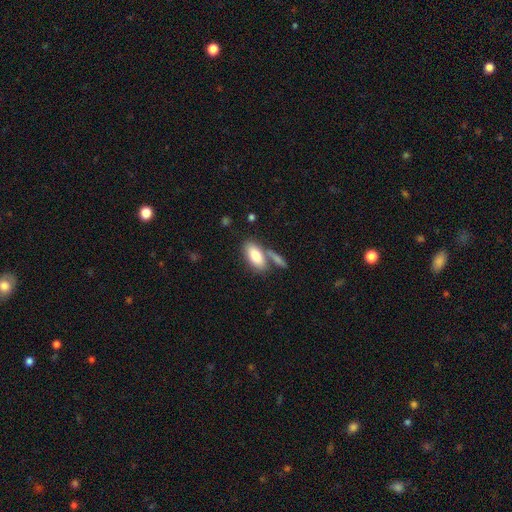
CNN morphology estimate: smooth_or_featured: smooth (p=0.81) [alt: featured or disk p=0.13]
how_rounded: in between (p=0.89) [alt: cigar-shaped p=0.08]
merging: none (p=0.54) [alt: merger p=0.28]